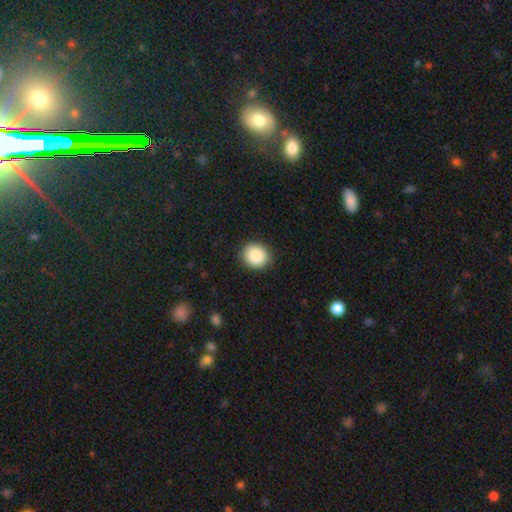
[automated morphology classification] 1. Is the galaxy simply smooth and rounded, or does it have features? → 88% smooth, 8% star or artifact, 4% featured or disk.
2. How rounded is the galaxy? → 85% round, 14% in between, 1% cigar-shaped.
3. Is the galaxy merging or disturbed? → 91% none, 7% minor disturbance, 2% major disturbance, 1% merger.